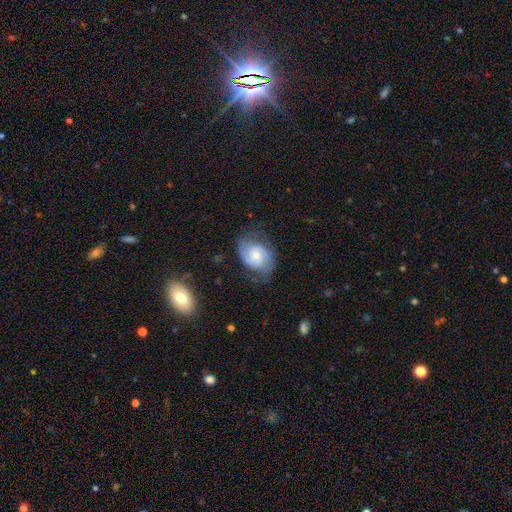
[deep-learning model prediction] A featured or disk galaxy (73%) with no bar (62%), 2 (73%) medium (46%) spiral arms (93%) and a small central bulge (49%). Merging: none (66%).